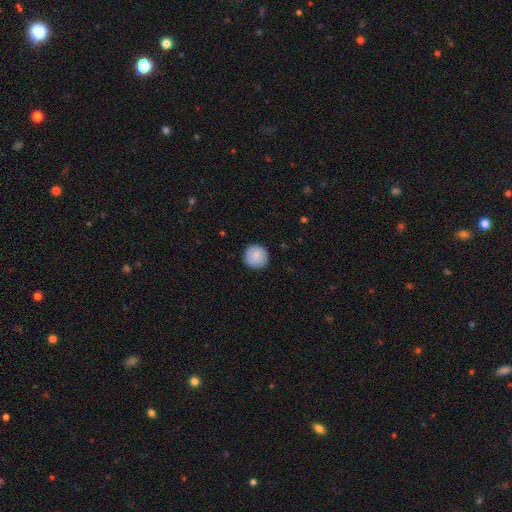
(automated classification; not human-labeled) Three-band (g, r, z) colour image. It shows a smooth galaxy with no disk features (83%) that is round (95%). Merging: none (89%).